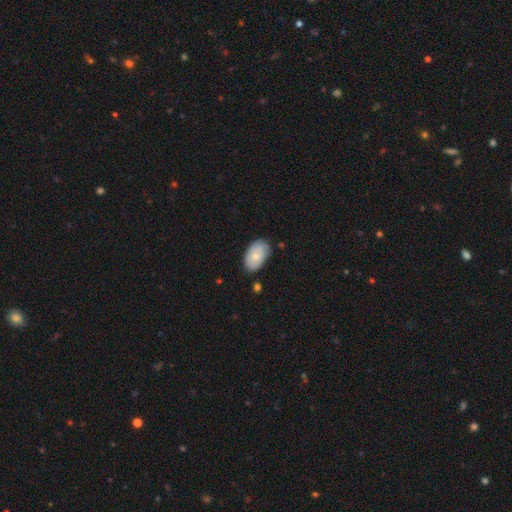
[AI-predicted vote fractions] This is likely a smooth galaxy (69%). How rounded: clearly in between (92%). Merging: likely none (68%).